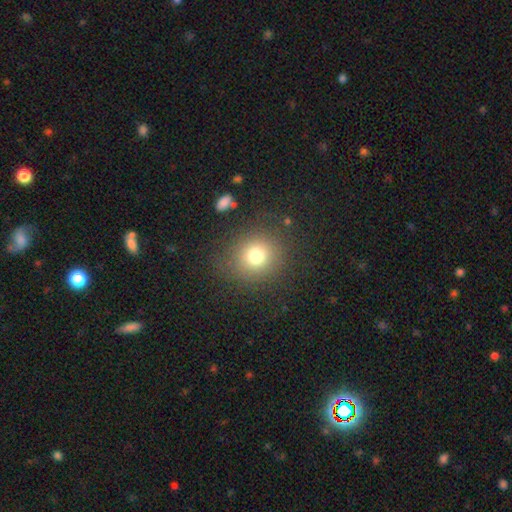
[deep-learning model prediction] Smooth or featured: smooth — 75% (star or artifact — 15%)
How rounded: round — 84% (in between — 15%)
Merging: none — 82% (minor disturbance — 10%)